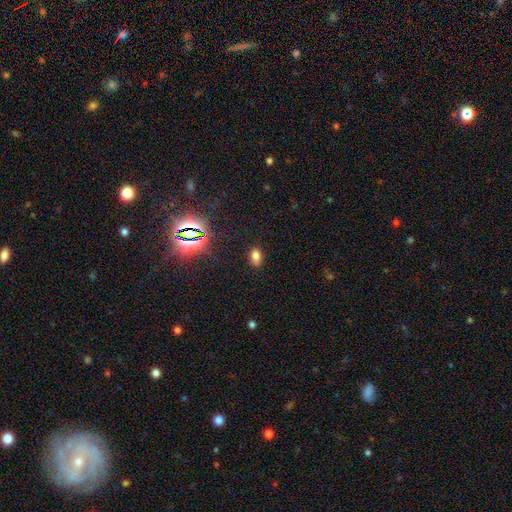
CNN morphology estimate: Overall: smooth (73%). How rounded: in between (85%). Merging: none (84%).